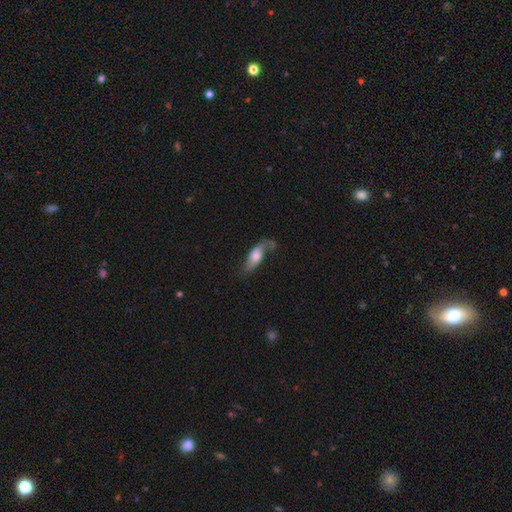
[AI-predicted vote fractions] smooth 54%, featured or disk 39%, star or artifact 7%. Down the decision tree: how rounded — in between (70%); merging — none (43%).